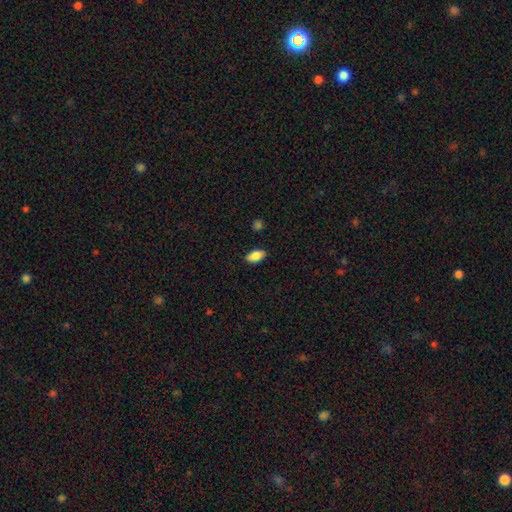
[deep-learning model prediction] A smooth galaxy with no disk features (85%) that is in between round and cigar-shaped (90%).

Vote fractions:
- Smooth or featured? smooth: 85% / featured or disk: 8% / star or artifact: 7%
- How rounded? in between: 90% / cigar-shaped: 6% / round: 3%
- Merging? none: 87% / minor disturbance: 9% / major disturbance: 2% / merger: 1%